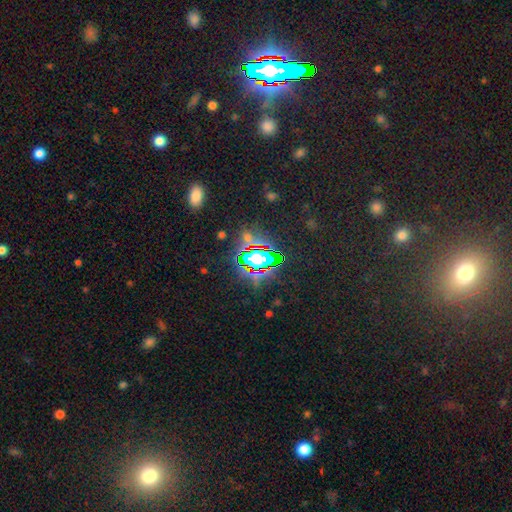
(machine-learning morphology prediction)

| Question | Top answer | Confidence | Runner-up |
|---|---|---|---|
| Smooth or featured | star or artifact | 77% | smooth (14%) |